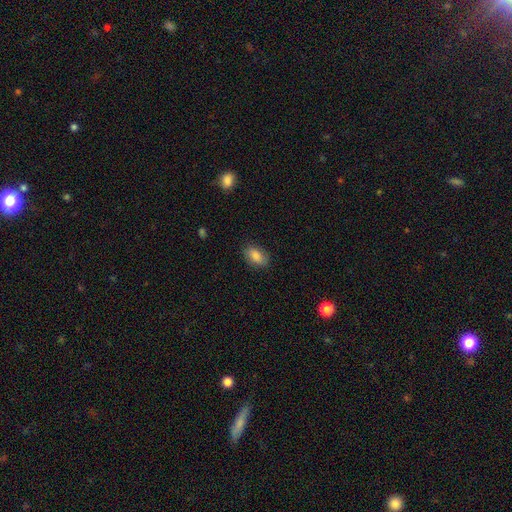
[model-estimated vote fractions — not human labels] A smooth galaxy with no disk features (81%) that is in between round and cigar-shaped (88%). Merging: none (83%).